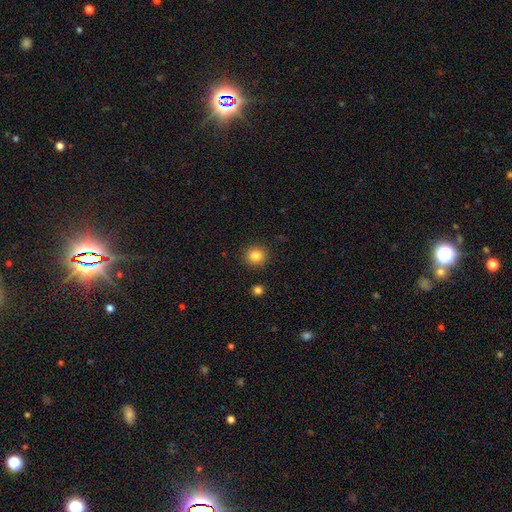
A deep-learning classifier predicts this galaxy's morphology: Overall: smooth (84%). How rounded: round (88%). Merging: none (90%).